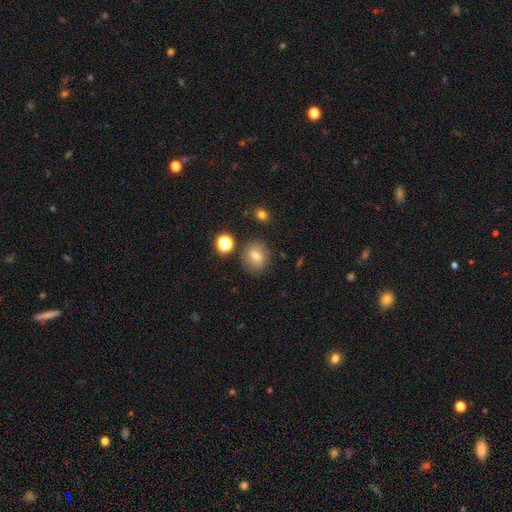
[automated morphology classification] The model was most divided on "how rounded": round: 70%, in between: 29%, cigar-shaped: 1%. More confident: merging — none (81%); smooth or featured — smooth (71%).